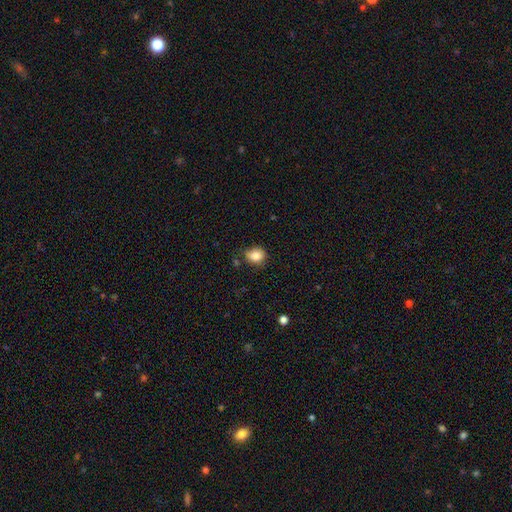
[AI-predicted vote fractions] Smooth or featured?
  - smooth: 85% *
  - star or artifact: 10%
  - featured or disk: 5%
How rounded?
  - round: 55% *
  - in between: 44%
  - cigar-shaped: 1%
Merging?
  - none: 73% *
  - minor disturbance: 20%
  - major disturbance: 4%
  - merger: 3%